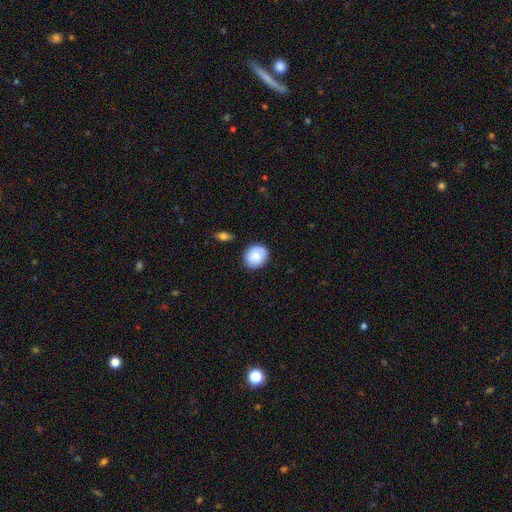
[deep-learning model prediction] Overall: smooth (78%). How rounded: round (74%). Merging: none (84%).